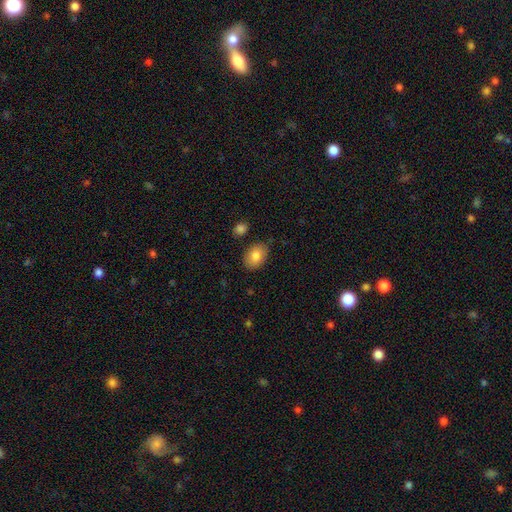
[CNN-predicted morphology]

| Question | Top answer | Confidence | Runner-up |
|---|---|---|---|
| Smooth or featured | smooth | 83% | featured or disk (9%) |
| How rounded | in between | 74% | round (25%) |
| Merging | none | 82% | minor disturbance (13%) |